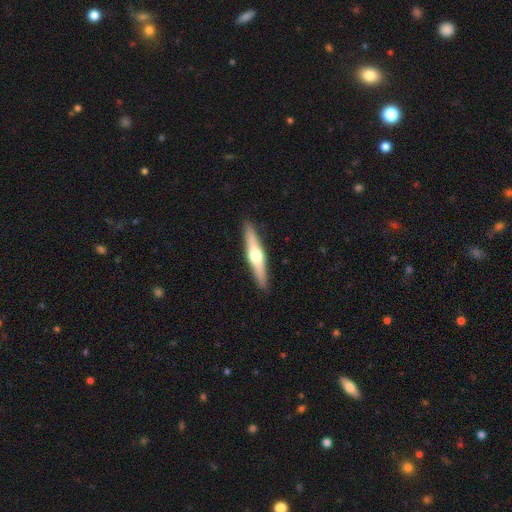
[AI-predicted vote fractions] The model was most divided on "smooth or featured": featured or disk: 58%, smooth: 37%, star or artifact: 5%. More confident: edge-on disk — yes (95%); edge-on bulge — rounded (92%); merging — none (91%).